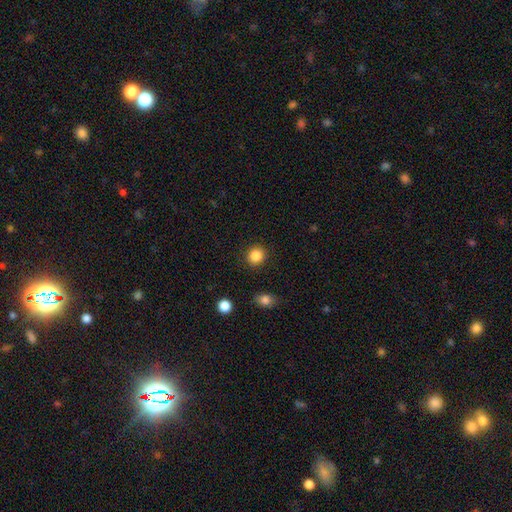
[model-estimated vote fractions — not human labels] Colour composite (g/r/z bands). It shows a smooth galaxy with no disk features (86%) that is round (85%). Merging: none (90%).